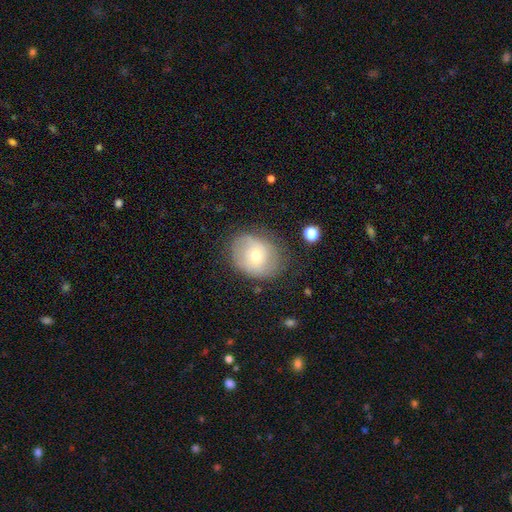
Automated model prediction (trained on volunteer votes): This is possibly a smooth galaxy (49%). Merging: likely none (69%).